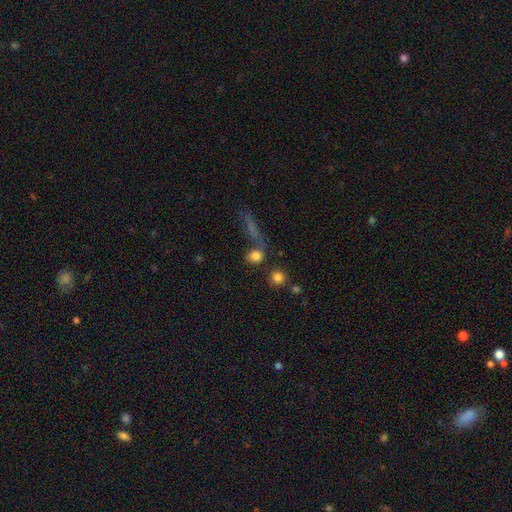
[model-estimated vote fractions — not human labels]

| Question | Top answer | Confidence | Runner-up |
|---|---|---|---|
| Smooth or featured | smooth | 81% | star or artifact (12%) |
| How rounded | round | 72% | in between (24%) |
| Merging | none | 67% | merger (17%) |